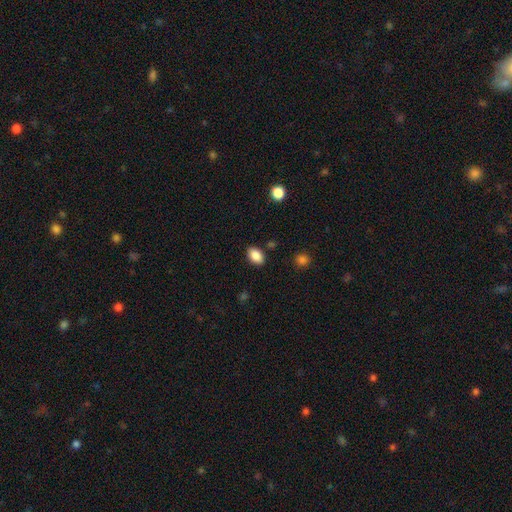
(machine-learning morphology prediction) smooth-or-featured: smooth: 87% | star or artifact: 8% | featured or disk: 5%
  how-rounded: in between: 87% | round: 12% | cigar-shaped: 1%
  merging: none: 86% | minor disturbance: 10% | major disturbance: 2% | merger: 2%